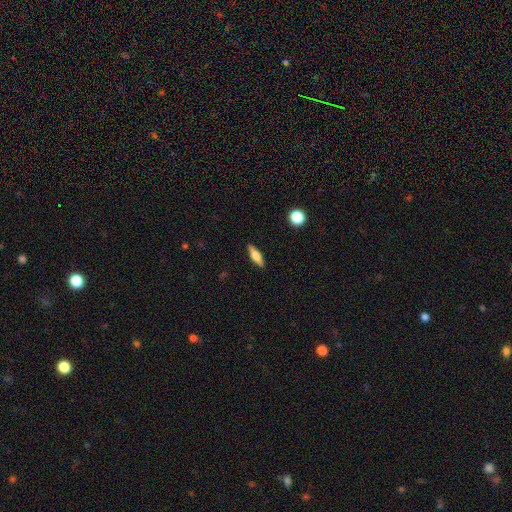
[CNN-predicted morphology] A smooth galaxy with no disk features (53%) that is cigar-shaped (52%).

Vote fractions:
- Smooth or featured? smooth: 53% / featured or disk: 40% / star or artifact: 7%
- How rounded? cigar-shaped: 52% / in between: 45% / round: 3%
- Merging? none: 89% / minor disturbance: 8% / major disturbance: 2% / merger: 1%